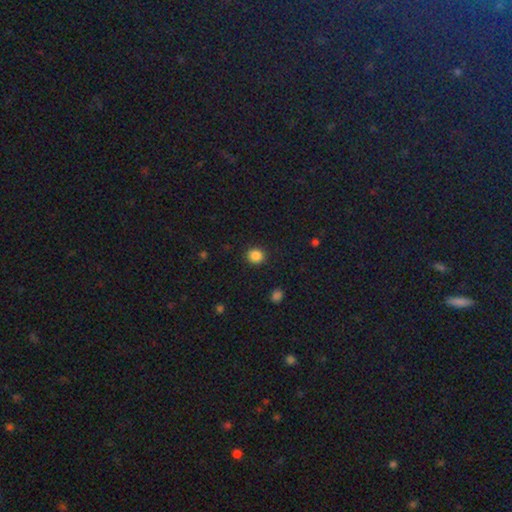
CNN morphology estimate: Smooth or featured: smooth — 86% (star or artifact — 11%)
How rounded: round — 87% (in between — 12%)
Merging: none — 90% (minor disturbance — 6%)